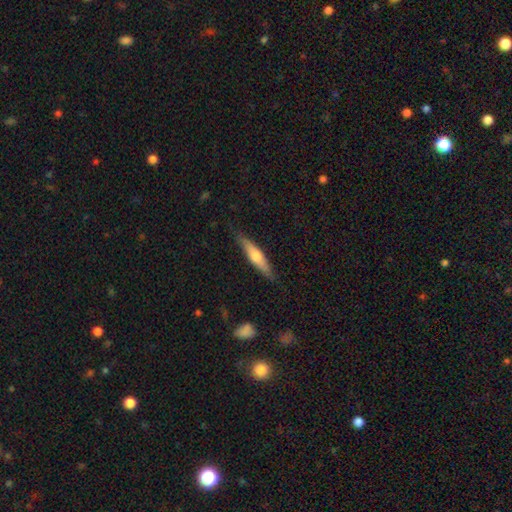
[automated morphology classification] Smooth or featured? smooth (48%)
Merging? none (85%)